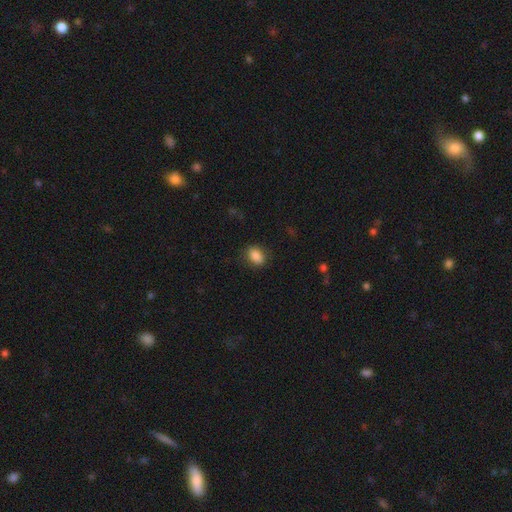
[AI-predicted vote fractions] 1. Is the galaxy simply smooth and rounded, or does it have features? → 87% smooth, 8% star or artifact, 5% featured or disk.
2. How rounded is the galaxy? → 78% in between, 20% round, 2% cigar-shaped.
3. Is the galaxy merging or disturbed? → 81% none, 14% minor disturbance, 4% major disturbance, 1% merger.